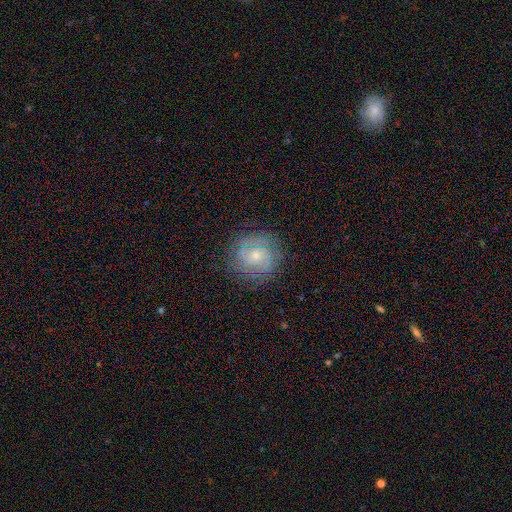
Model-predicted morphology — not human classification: The model was most divided on "spiral arm count": 2: 48%, can't tell: 25%, 3: 15%, 4: 5%, 1: 4%, more than 4: 4%. More confident: edge-on disk — no (98%); spiral arms — yes (92%); merging — none (80%); smooth or featured — featured or disk (75%); bar — no (69%); bulge size — small (69%); spiral winding — tight (61%).